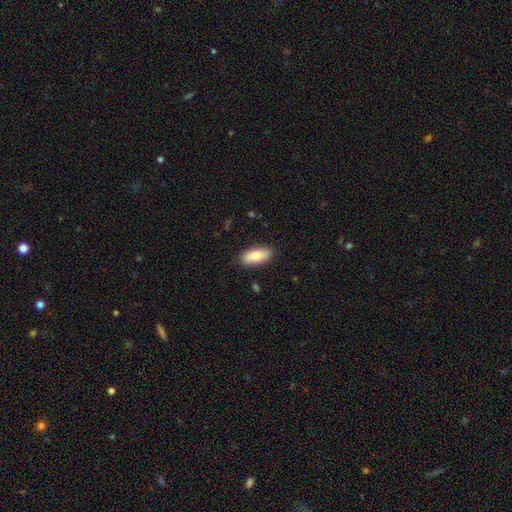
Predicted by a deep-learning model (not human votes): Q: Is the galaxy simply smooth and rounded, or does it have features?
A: smooth — 83%.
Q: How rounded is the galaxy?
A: in between — 86%.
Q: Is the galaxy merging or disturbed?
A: none — 88%.